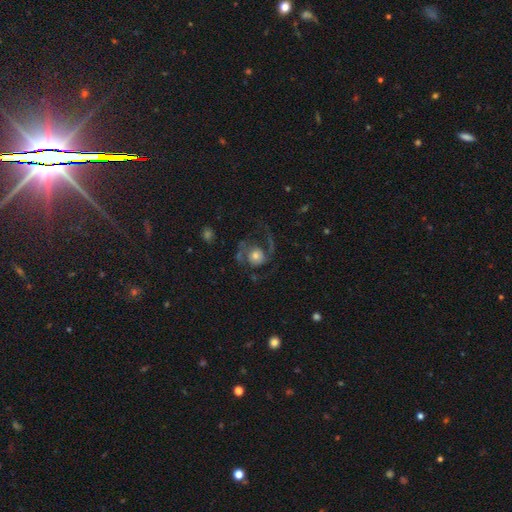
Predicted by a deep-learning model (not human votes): The model was most divided on "merging": none: 42%, major disturbance: 39%, minor disturbance: 15%, merger: 4%. More confident: edge-on disk — no (97%); bar — no (80%); spiral arms — yes (75%); smooth or featured — featured or disk (58%); bulge size — moderate (51%).